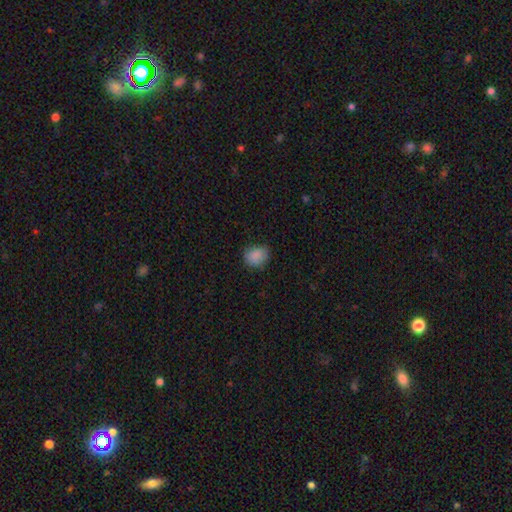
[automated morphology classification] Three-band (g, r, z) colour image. It shows a smooth galaxy with no disk features (87%) that is round (50%). Merging: none (75%).